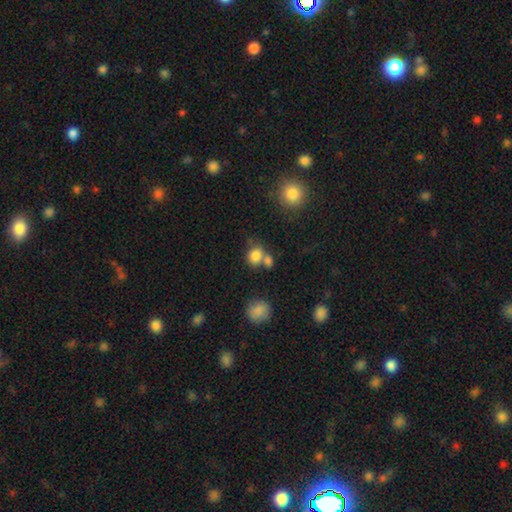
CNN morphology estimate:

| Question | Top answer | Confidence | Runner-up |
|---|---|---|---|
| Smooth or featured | smooth | 81% | star or artifact (11%) |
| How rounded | round | 59% | in between (40%) |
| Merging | none | 43% | merger (40%) |